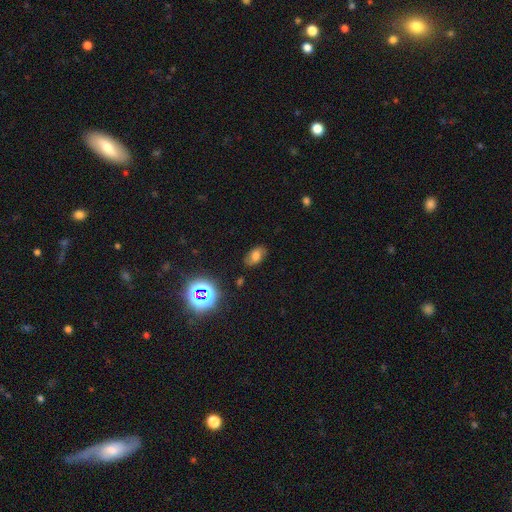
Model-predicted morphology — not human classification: A smooth galaxy with no disk features (60%) that is in between round and cigar-shaped (88%). Merging: none (78%).